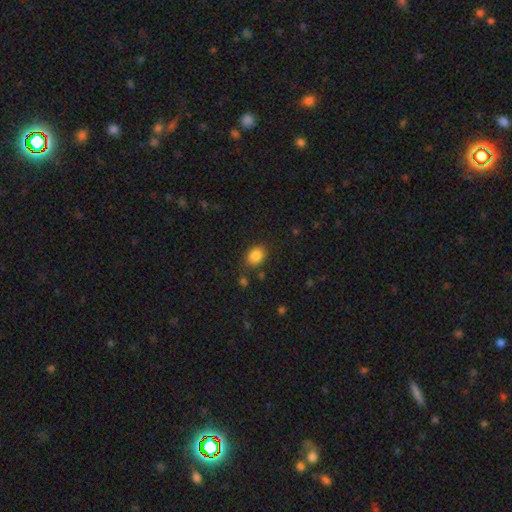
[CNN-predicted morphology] Smooth or featured?
  - smooth: 85% *
  - star or artifact: 9%
  - featured or disk: 5%
How rounded?
  - in between: 61% *
  - round: 38%
  - cigar-shaped: 1%
Merging?
  - none: 79% *
  - minor disturbance: 14%
  - merger: 4%
  - major disturbance: 4%